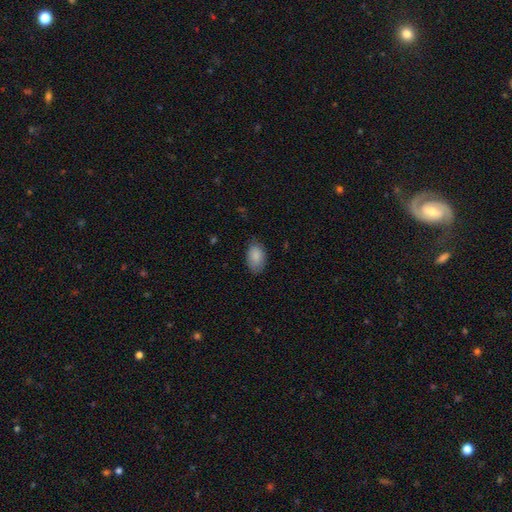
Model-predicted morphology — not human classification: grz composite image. It shows a smooth galaxy with no disk features (88%) that is in between round and cigar-shaped (92%). Merging: none (76%).